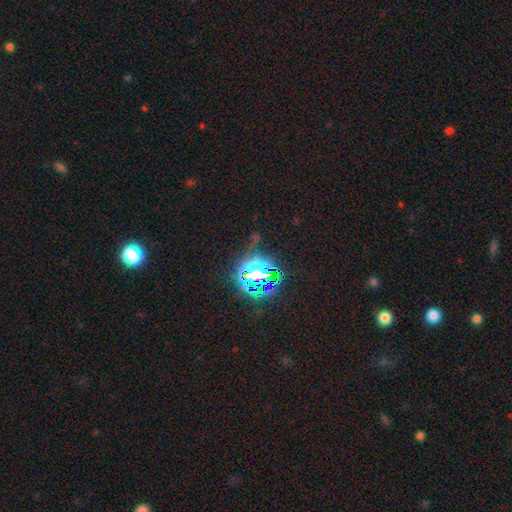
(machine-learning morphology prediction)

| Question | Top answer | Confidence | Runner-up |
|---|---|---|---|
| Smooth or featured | star or artifact | 74% | smooth (17%) |